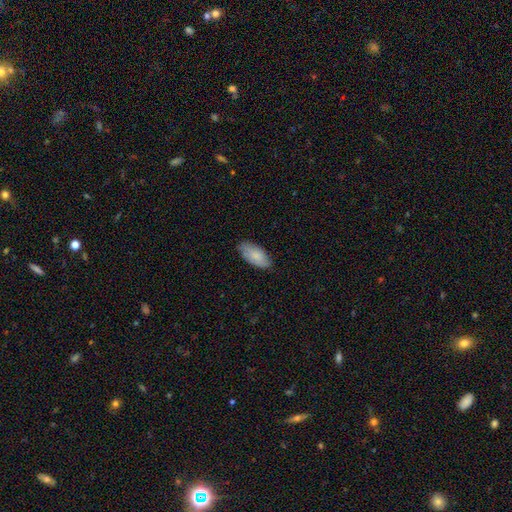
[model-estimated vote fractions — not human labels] Overall: smooth (79%). How rounded: in between (93%). Merging: none (79%).